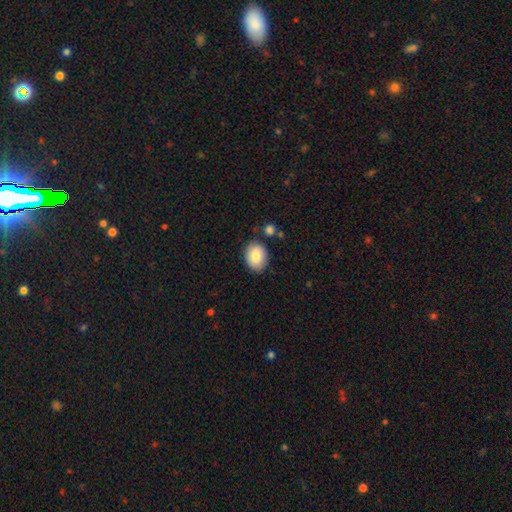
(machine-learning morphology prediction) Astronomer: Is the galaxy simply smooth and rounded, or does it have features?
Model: smooth — 83%.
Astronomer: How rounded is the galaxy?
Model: in between — 70%.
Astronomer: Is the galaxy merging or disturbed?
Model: none — 79%.